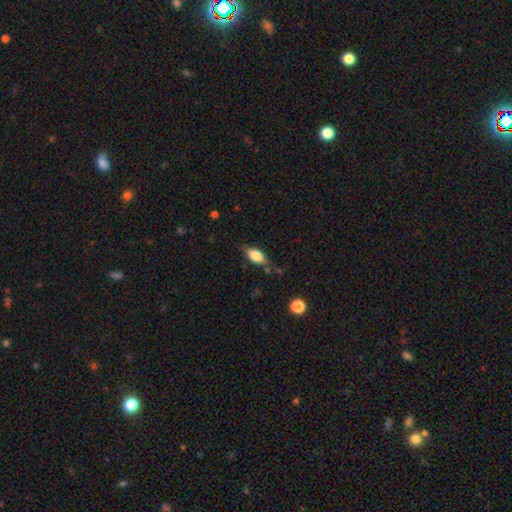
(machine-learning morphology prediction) Smooth or featured?
  - smooth: 74% *
  - featured or disk: 19%
  - star or artifact: 7%
How rounded?
  - in between: 85% *
  - cigar-shaped: 11%
  - round: 5%
Merging?
  - none: 69% *
  - minor disturbance: 22%
  - major disturbance: 6%
  - merger: 3%